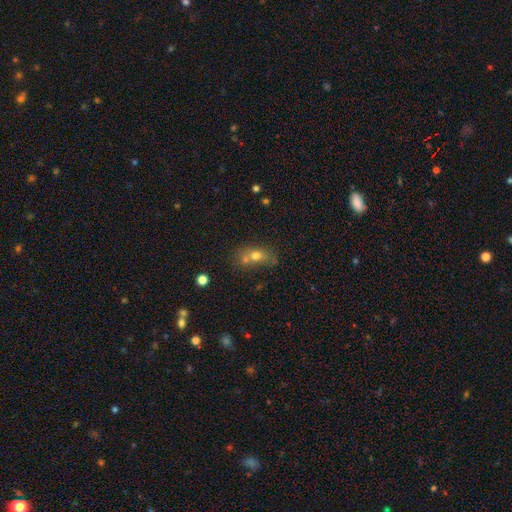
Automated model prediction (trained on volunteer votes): smooth 68%, featured or disk 18%, star or artifact 13%. Down the decision tree: how rounded — in between (62%); merging — merger (41%).